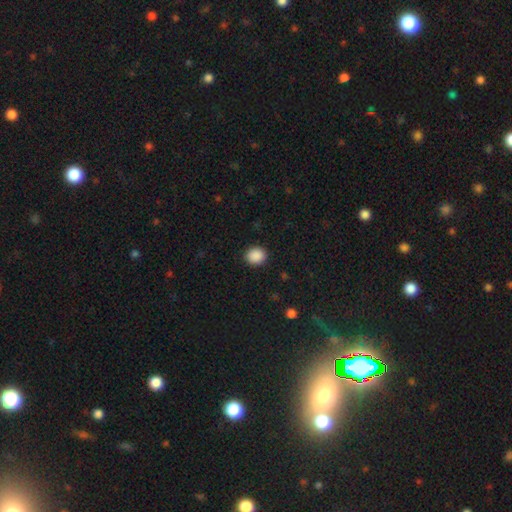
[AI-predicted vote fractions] The model was most divided on "how rounded": round: 73%, in between: 26%, cigar-shaped: 1%. More confident: merging — none (91%); smooth or featured — smooth (89%).